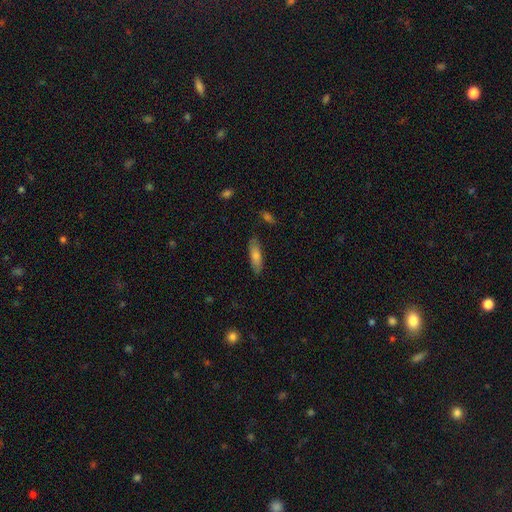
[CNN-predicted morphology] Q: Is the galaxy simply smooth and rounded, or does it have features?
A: smooth — 73%.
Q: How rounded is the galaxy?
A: in between — 49%, tied with cigar-shaped.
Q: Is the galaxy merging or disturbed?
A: none — 83%.